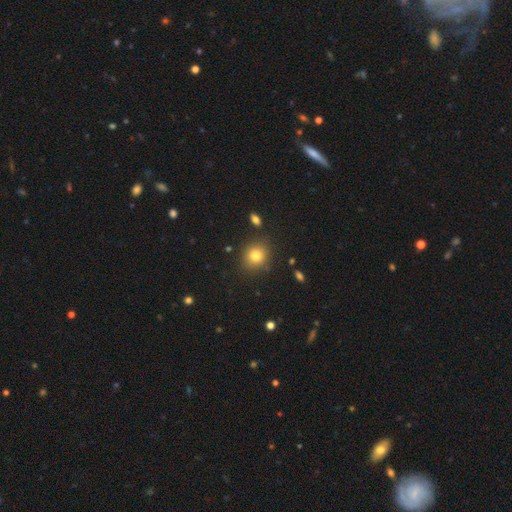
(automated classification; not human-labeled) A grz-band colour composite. It shows a smooth galaxy with no disk features (79%) that is round (75%). Merging: none (85%).